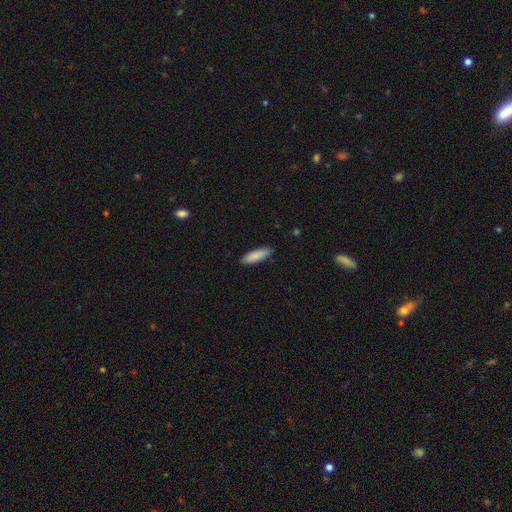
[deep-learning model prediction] A smooth galaxy with no disk features (87%) that is cigar-shaped (53%).

Vote fractions:
- Smooth or featured? smooth: 87% / featured or disk: 8% / star or artifact: 6%
- How rounded? cigar-shaped: 53% / in between: 45% / round: 2%
- Merging? none: 88% / minor disturbance: 9% / major disturbance: 2% / merger: 1%